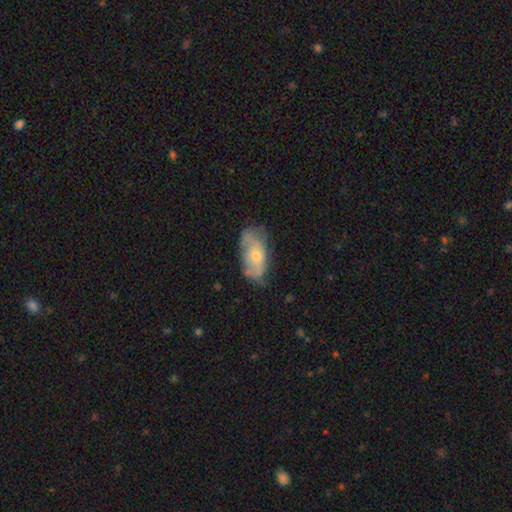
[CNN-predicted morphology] Smooth or featured? featured or disk (48%)
Merging? none (57%)